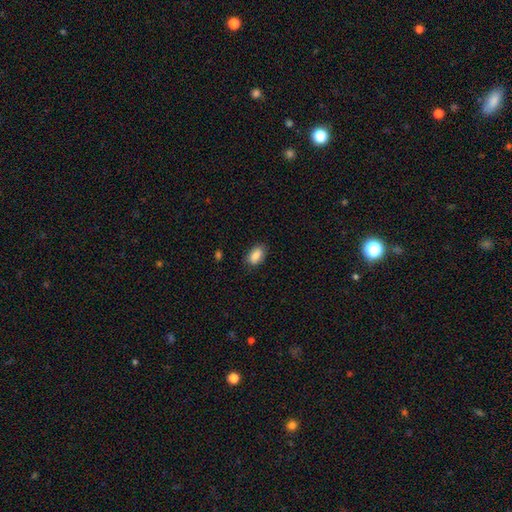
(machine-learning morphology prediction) This appears to be a smooth galaxy with no disk features (86%) that is in between round and cigar-shaped (90%). Merging: none (82%).